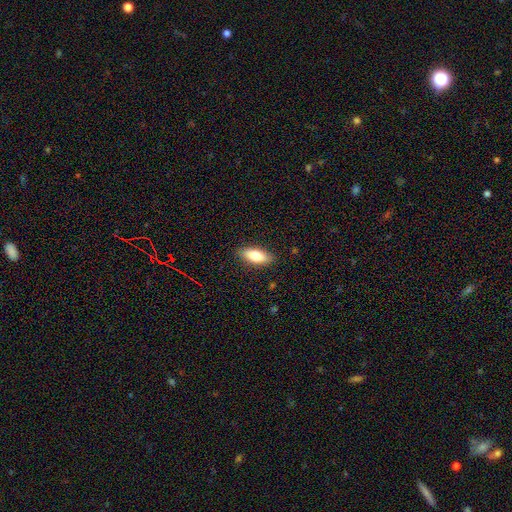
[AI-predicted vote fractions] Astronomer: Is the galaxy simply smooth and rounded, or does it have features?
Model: smooth — 77%.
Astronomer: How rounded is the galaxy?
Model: in between — 79%.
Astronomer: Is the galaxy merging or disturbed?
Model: none — 88%.